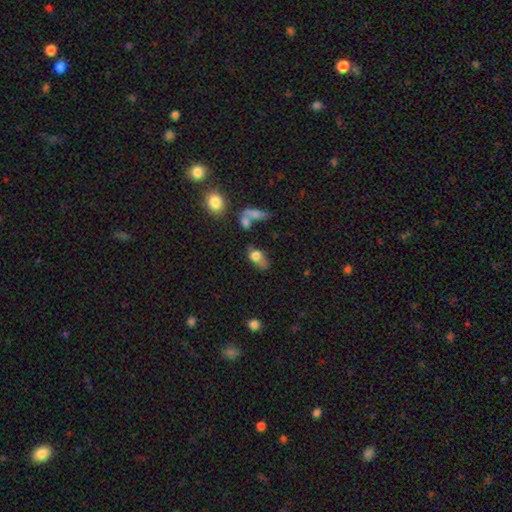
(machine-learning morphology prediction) type=smooth (70%); roundness=in between (75%); merging=none (29%).